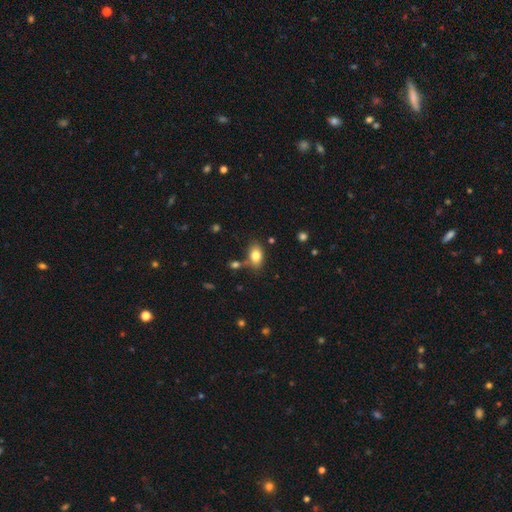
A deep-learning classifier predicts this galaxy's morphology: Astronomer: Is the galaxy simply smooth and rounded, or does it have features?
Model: smooth — 81%.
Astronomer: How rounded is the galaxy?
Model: in between — 88%.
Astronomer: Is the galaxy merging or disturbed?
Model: none — 71%.